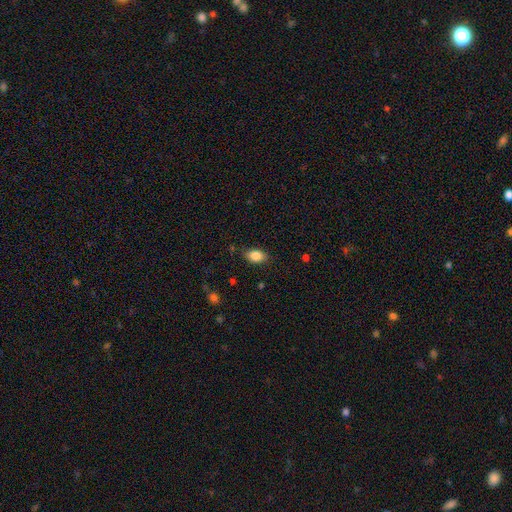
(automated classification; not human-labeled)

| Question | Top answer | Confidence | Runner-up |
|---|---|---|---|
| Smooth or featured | smooth | 86% | star or artifact (8%) |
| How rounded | in between | 88% | round (9%) |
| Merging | none | 81% | minor disturbance (14%) |